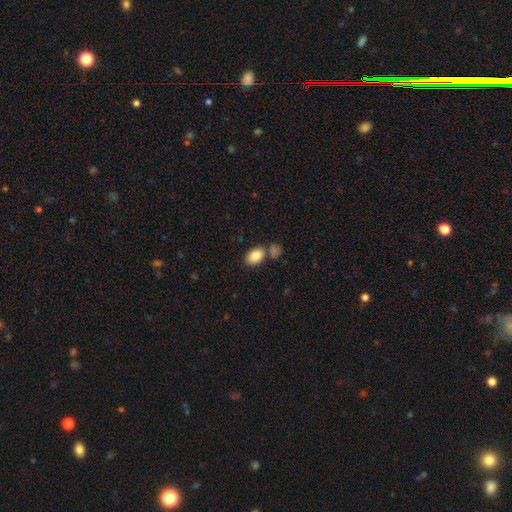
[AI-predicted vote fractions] smooth_or_featured: smooth (p=0.84) [alt: featured or disk p=0.08]
how_rounded: in between (p=0.87) [alt: round p=0.12]
merging: none (p=0.67) [alt: merger p=0.17]